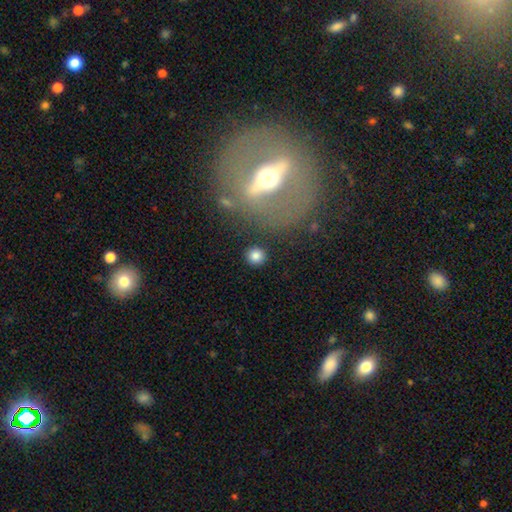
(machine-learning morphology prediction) type=smooth (83%); roundness=round (92%); merging=none (88%).